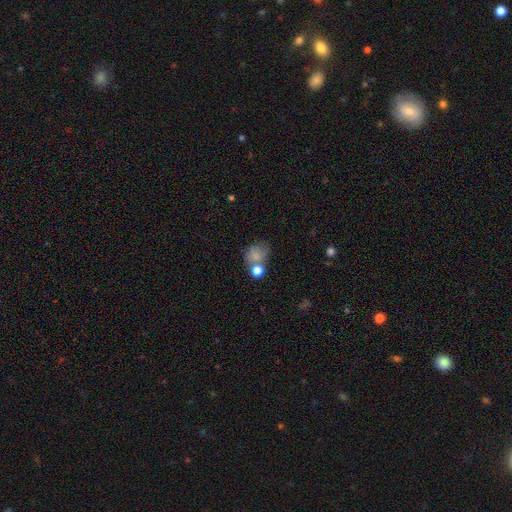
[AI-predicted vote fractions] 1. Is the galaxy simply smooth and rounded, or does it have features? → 72% smooth, 15% featured or disk, 13% star or artifact.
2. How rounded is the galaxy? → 51% round, 48% in between, 1% cigar-shaped.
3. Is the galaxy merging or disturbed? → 42% none, 29% merger, 18% minor disturbance, 11% major disturbance.